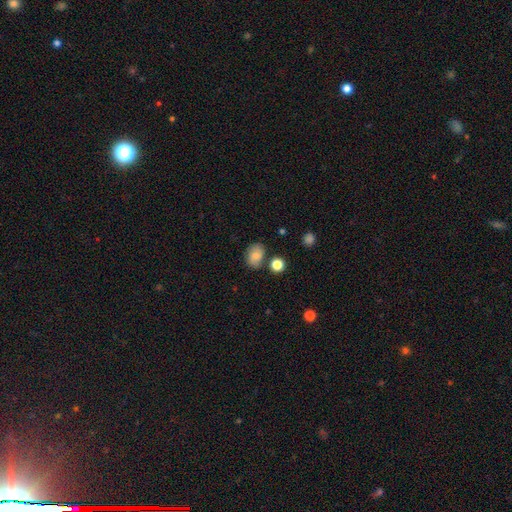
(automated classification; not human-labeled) Smooth or featured: smooth — 79% (featured or disk — 11%)
How rounded: in between — 68% (round — 31%)
Merging: none — 72% (minor disturbance — 17%)